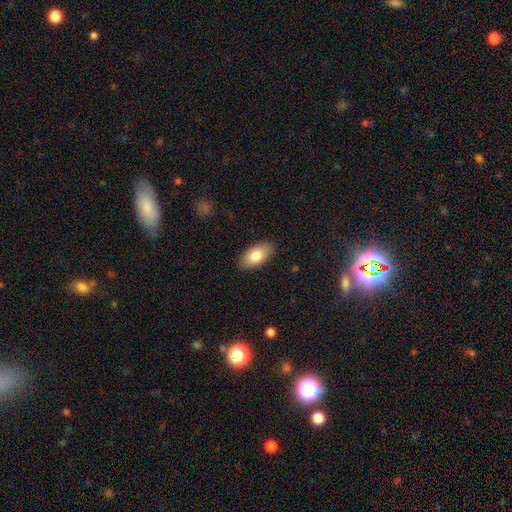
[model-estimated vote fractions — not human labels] Smooth or featured? smooth (81%)
How rounded? in between (94%)
Merging? none (88%)